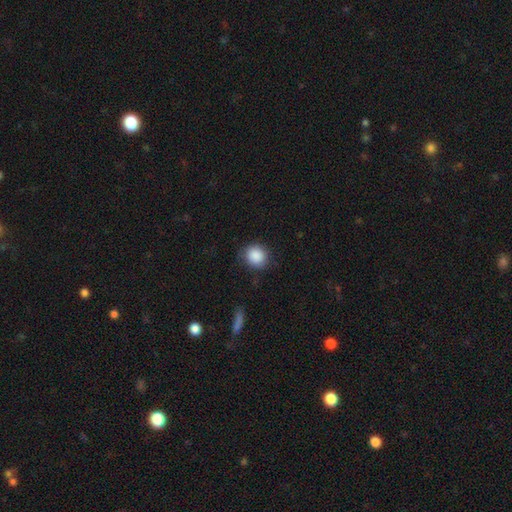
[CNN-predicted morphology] Smooth or featured? smooth (88%)
How rounded? round (82%)
Merging? none (82%)